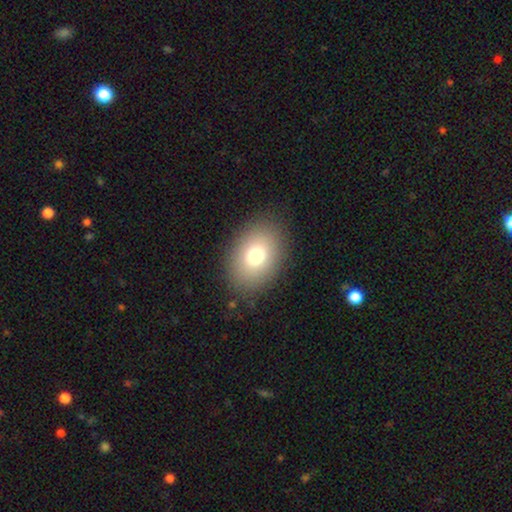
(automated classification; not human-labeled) Smooth or featured? Predicted: smooth (p=0.75). How rounded? Predicted: in between (p=0.74). Merging? Predicted: none (p=0.85).